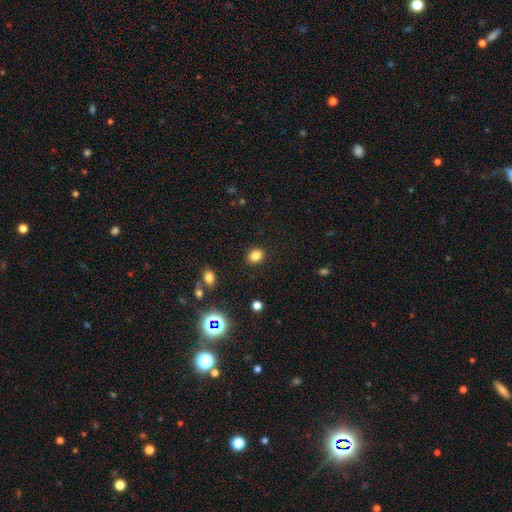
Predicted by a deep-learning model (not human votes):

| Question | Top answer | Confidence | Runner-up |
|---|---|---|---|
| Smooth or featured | smooth | 83% | star or artifact (12%) |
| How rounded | in between | 55% | round (44%) |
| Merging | none | 88% | minor disturbance (8%) |